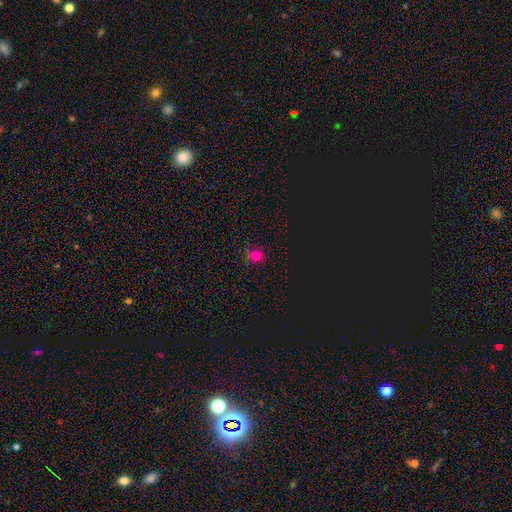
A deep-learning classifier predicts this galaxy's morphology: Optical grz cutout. It shows a smooth galaxy with no disk features (72%) that is round (84%). Merging: none (87%).